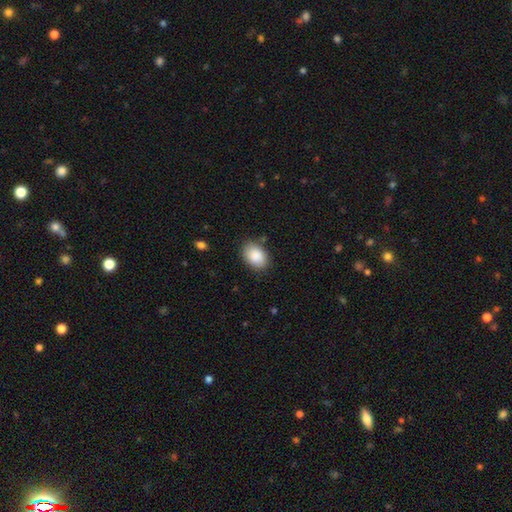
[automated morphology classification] smooth-or-featured: smooth: 89% | star or artifact: 7% | featured or disk: 5%
  how-rounded: in between: 83% | round: 16% | cigar-shaped: 1%
  merging: none: 81% | minor disturbance: 14% | major disturbance: 3% | merger: 2%